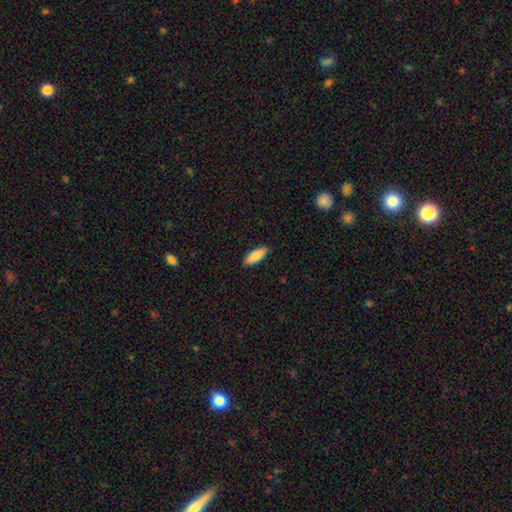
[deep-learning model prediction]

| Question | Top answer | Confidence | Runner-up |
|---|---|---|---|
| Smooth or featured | smooth | 83% | featured or disk (11%) |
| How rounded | in between | 69% | cigar-shaped (30%) |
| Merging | none | 89% | minor disturbance (8%) |